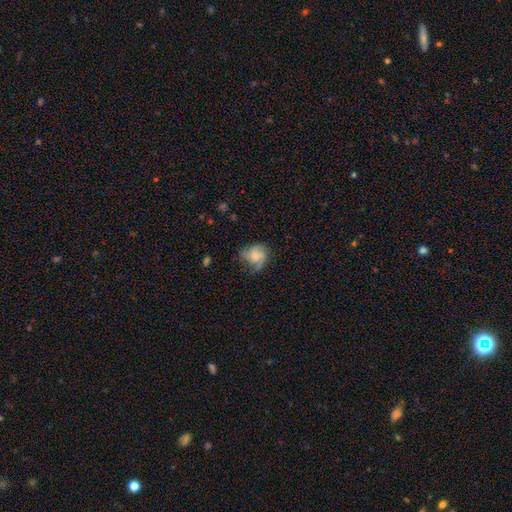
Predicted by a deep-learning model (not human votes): A smooth galaxy with no disk features (47%).

Vote fractions:
- Smooth or featured? smooth: 47% / featured or disk: 44% / star or artifact: 9%
- Merging? none: 50% / minor disturbance: 31% / major disturbance: 17% / merger: 2%